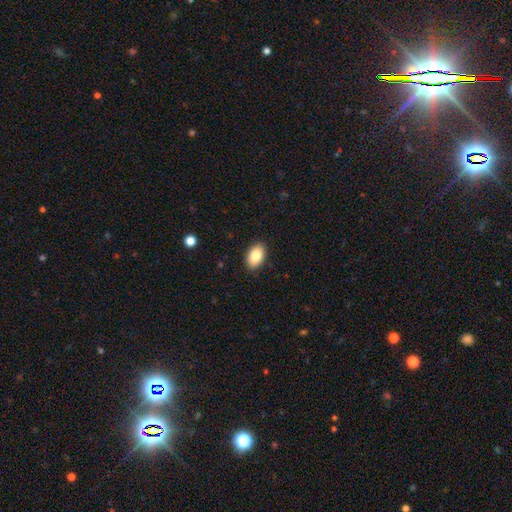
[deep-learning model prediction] smooth 83%, featured or disk 10%, star or artifact 7%. Down the decision tree: how rounded — in between (92%); merging — none (90%).